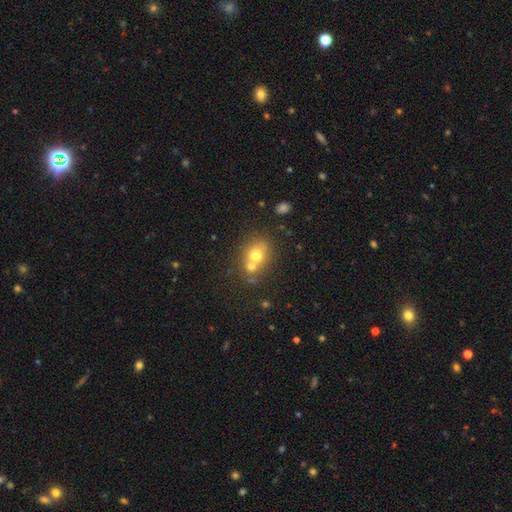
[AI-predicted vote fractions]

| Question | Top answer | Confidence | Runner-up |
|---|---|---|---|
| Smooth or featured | smooth | 67% | featured or disk (19%) |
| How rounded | round | 62% | in between (37%) |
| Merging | merger | 44% | none (43%) |